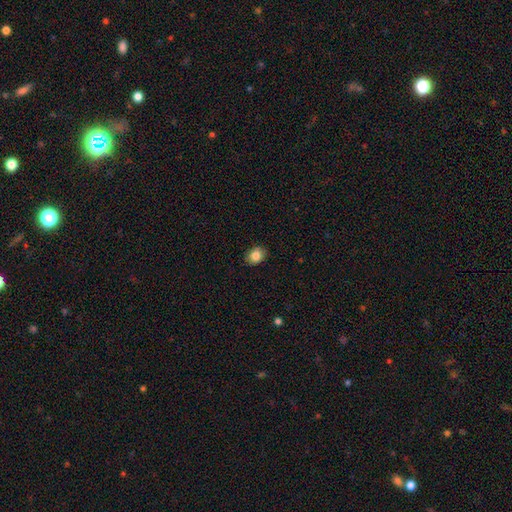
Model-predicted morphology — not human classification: Smooth or featured? smooth (85%)
How rounded? in between (54%)
Merging? none (88%)